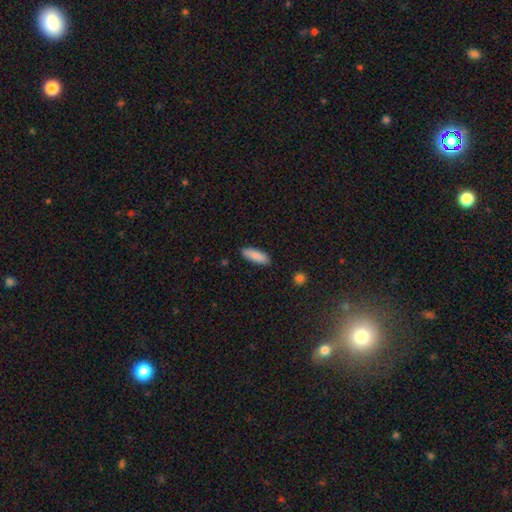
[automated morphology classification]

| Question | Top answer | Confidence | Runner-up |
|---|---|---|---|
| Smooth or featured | smooth | 88% | featured or disk (6%) |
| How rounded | in between | 53% | cigar-shaped (45%) |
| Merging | none | 87% | minor disturbance (9%) |